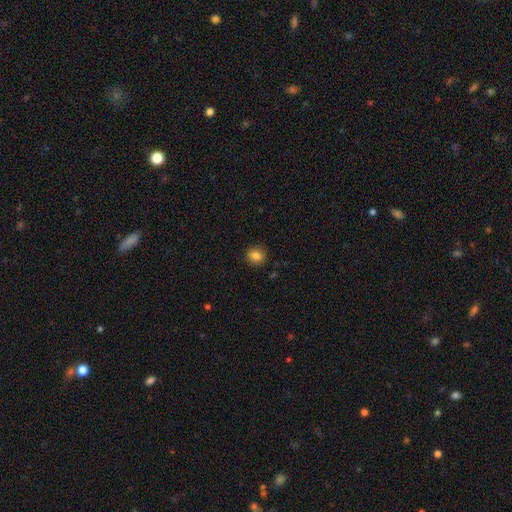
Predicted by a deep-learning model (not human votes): A smooth galaxy with no disk features (85%) that is round (68%). Merging: none (88%).